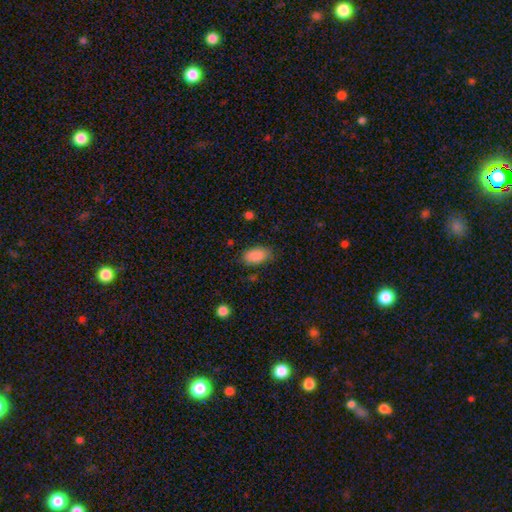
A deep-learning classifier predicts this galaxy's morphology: A smooth galaxy with no disk features (88%) that is in between round and cigar-shaped (93%).

Vote fractions:
- Smooth or featured? smooth: 88% / star or artifact: 8% / featured or disk: 4%
- How rounded? in between: 93% / round: 5% / cigar-shaped: 3%
- Merging? none: 77% / minor disturbance: 17% / major disturbance: 4% / merger: 1%